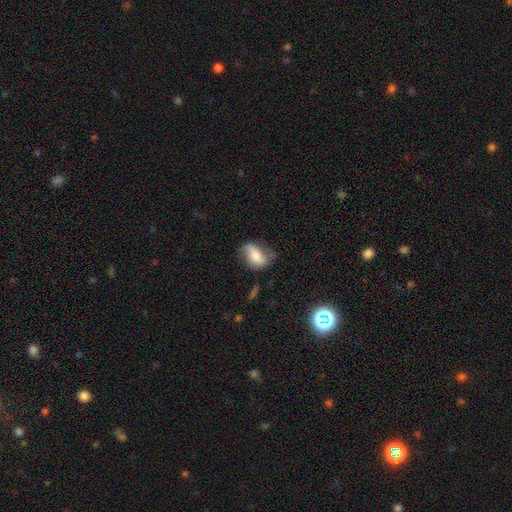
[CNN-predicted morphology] smooth_or_featured: smooth (p=0.47) [alt: featured or disk p=0.45]
merging: none (p=0.56) [alt: minor disturbance p=0.29]